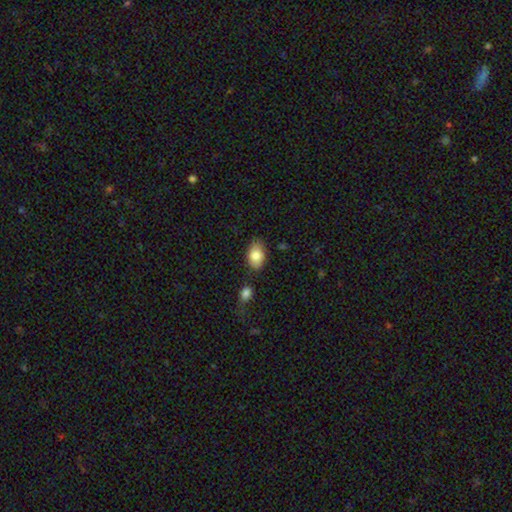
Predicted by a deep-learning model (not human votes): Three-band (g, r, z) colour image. It shows a smooth galaxy with no disk features (83%) that is in between round and cigar-shaped (88%). Merging: none (76%).